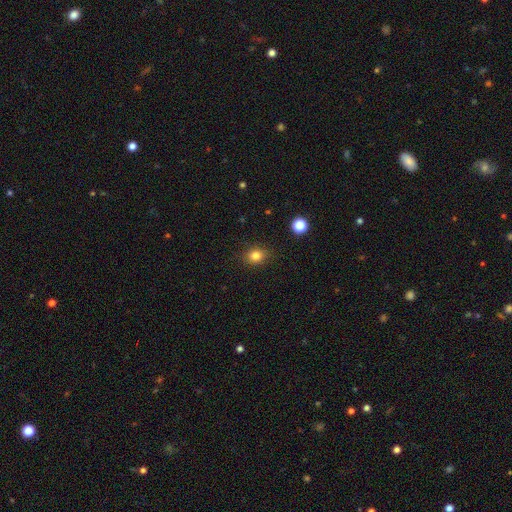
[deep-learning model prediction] This appears to be a smooth galaxy with no disk features (82%) that is round (63%). Merging: none (87%).